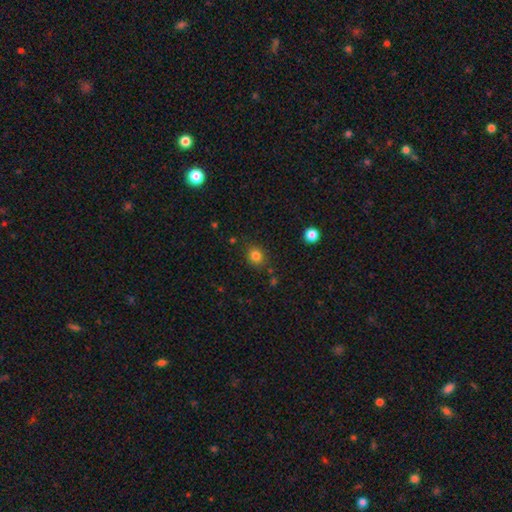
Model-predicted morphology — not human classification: This is clearly a smooth galaxy (82%). How rounded: likely round (67%). Merging: clearly none (81%).